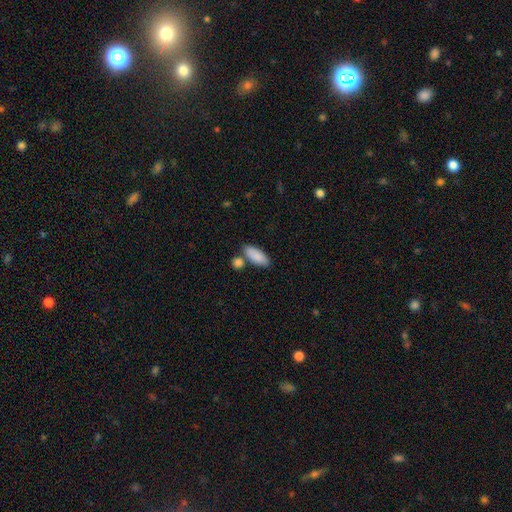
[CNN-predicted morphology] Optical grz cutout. It shows a smooth galaxy with no disk features (88%) that is in between round and cigar-shaped (85%). Merging: none (66%).